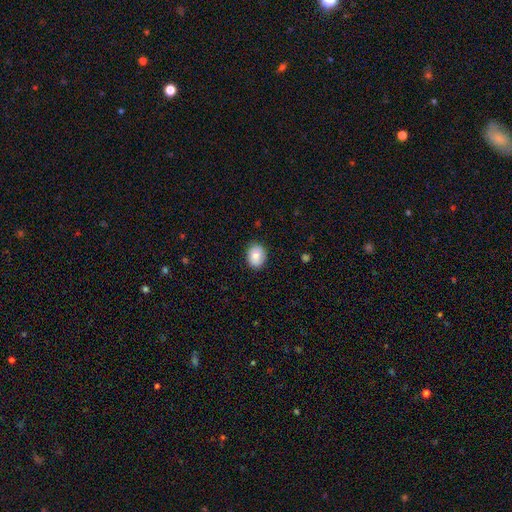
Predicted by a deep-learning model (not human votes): Smooth or featured?
  - smooth: 80% *
  - featured or disk: 13%
  - star or artifact: 8%
How rounded?
  - in between: 51% *
  - round: 48%
  - cigar-shaped: 1%
Merging?
  - none: 84% *
  - minor disturbance: 13%
  - major disturbance: 3%
  - merger: 1%